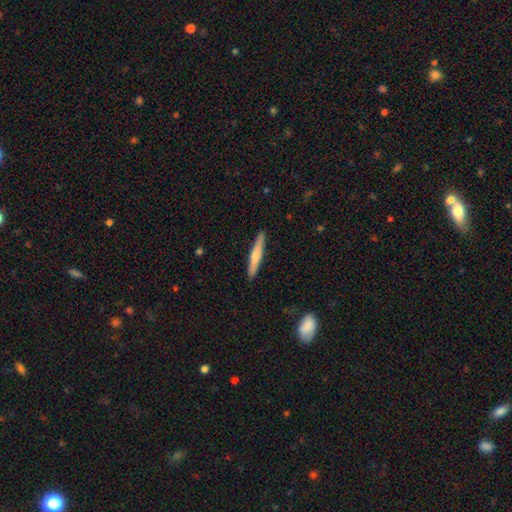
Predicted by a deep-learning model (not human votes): Morphology: type=smooth (55%); roundness=cigar-shaped (94%); merging=none (91%).